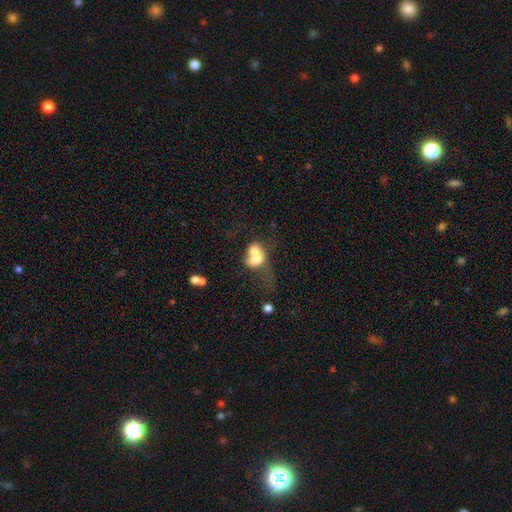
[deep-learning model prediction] Overall: smooth (61%; featured or disk 29%). How rounded: in between (50%; round 48%). Merging: merger (73%).